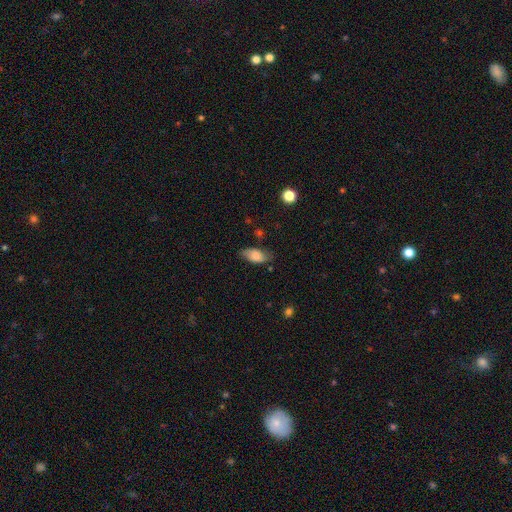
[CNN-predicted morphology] A smooth galaxy with no disk features (78%) that is in between round and cigar-shaped (90%).

Vote fractions:
- Smooth or featured? smooth: 78% / featured or disk: 15% / star or artifact: 7%
- How rounded? in between: 90% / cigar-shaped: 7% / round: 4%
- Merging? none: 74% / minor disturbance: 20% / major disturbance: 5% / merger: 2%